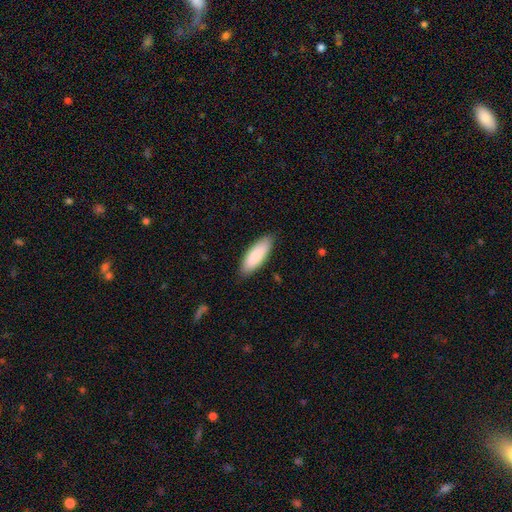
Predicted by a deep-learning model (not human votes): Smooth or featured?
  - smooth: 86% *
  - featured or disk: 9%
  - star or artifact: 5%
How rounded?
  - in between: 67% *
  - cigar-shaped: 32%
  - round: 1%
Merging?
  - none: 86% *
  - minor disturbance: 11%
  - major disturbance: 2%
  - merger: 1%